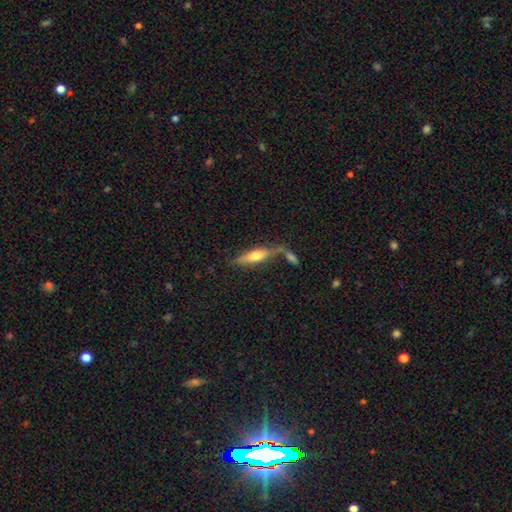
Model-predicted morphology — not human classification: The model was most divided on "smooth or featured": smooth: 48%, featured or disk: 45%, star or artifact: 7%. More confident: merging — none (52%).